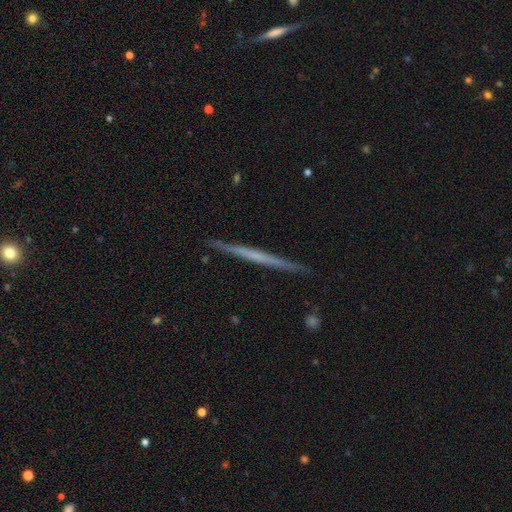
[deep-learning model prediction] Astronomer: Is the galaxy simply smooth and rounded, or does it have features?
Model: featured or disk — 60%.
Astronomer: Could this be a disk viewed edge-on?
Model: yes — 98%.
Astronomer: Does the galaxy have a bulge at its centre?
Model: none — 88%.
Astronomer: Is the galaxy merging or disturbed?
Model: none — 91%.